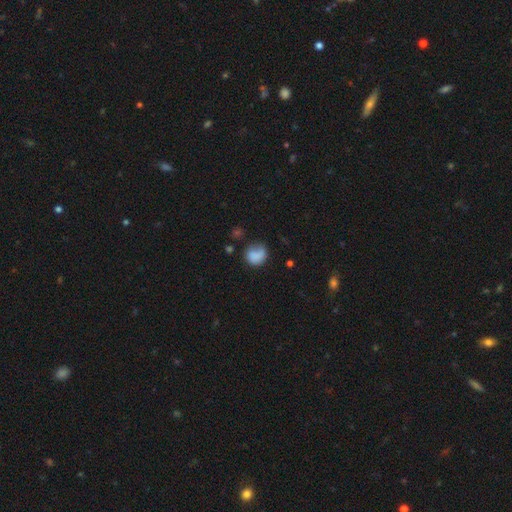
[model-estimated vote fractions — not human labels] Morphology: type=smooth (78%); roundness=round (71%); merging=none (49%).